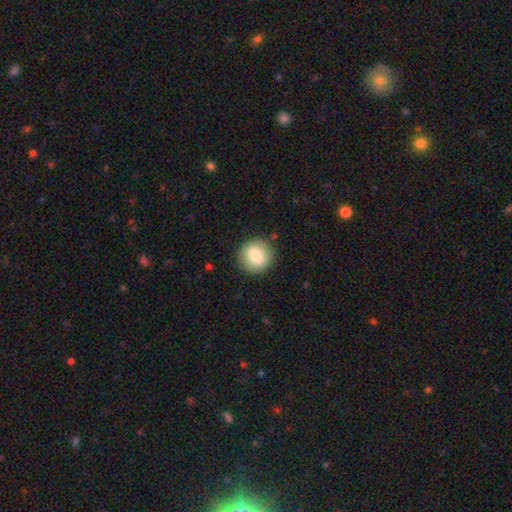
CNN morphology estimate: Q: Smooth or featured?
A: smooth (79%); runner-up: featured or disk (14%)
Q: How rounded?
A: round (91%); runner-up: in between (8%)
Q: Merging?
A: none (88%); runner-up: minor disturbance (9%)